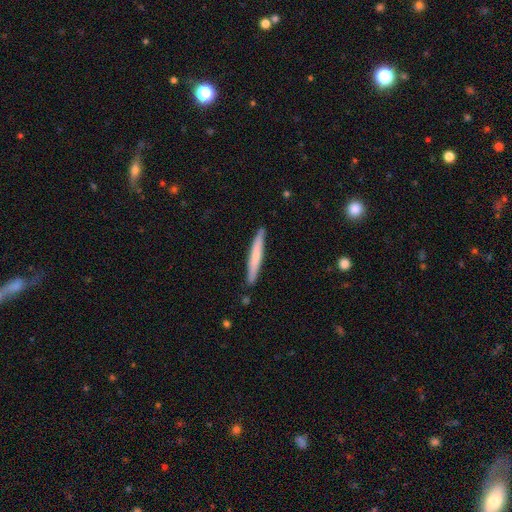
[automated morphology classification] Smooth or featured: smooth — 60% (featured or disk — 35%)
How rounded: cigar-shaped — 96% (in between — 3%)
Merging: none — 88% (minor disturbance — 9%)